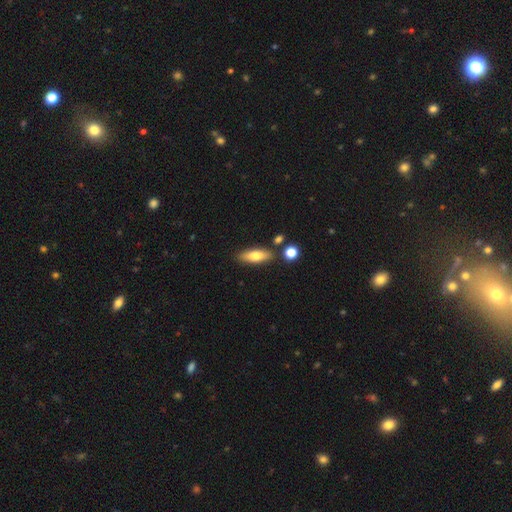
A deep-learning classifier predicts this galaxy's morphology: A smooth galaxy with no disk features (72%) that is in between round and cigar-shaped (58%).

Vote fractions:
- Smooth or featured? smooth: 72% / featured or disk: 22% / star or artifact: 7%
- How rounded? in between: 58% / cigar-shaped: 39% / round: 3%
- Merging? none: 81% / minor disturbance: 10% / merger: 6% / major disturbance: 2%